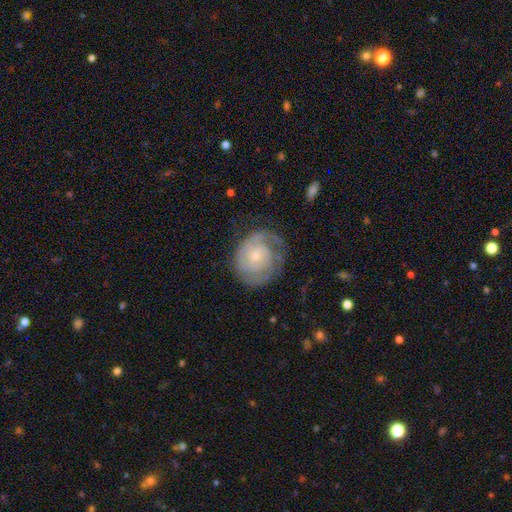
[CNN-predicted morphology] Q: Smooth or featured?
A: featured or disk (72%); runner-up: smooth (22%)
Q: Edge-on disk?
A: no (98%); runner-up: yes (2%)
Q: Bar?
A: no (77%); runner-up: weak (20%)
Q: Spiral arms?
A: yes (90%); runner-up: no (10%)
Q: Spiral winding?
A: tight (64%); runner-up: medium (27%)
Q: Spiral arm count?
A: 2 (34%); runner-up: can't tell (32%)
Q: Bulge size?
A: small (65%); runner-up: moderate (29%)
Q: Merging?
A: none (62%); runner-up: minor disturbance (23%)